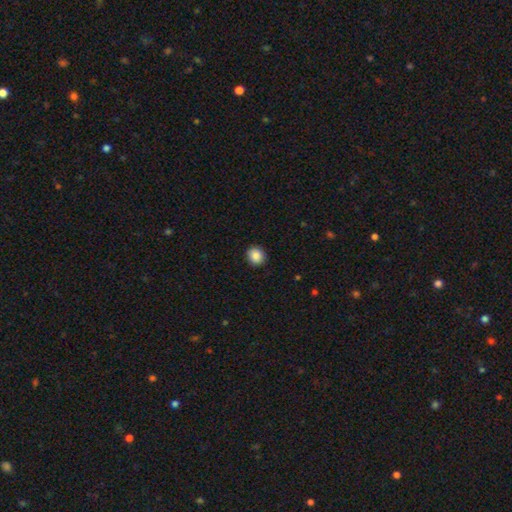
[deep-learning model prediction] Smooth or featured: smooth — 87% (star or artifact — 9%)
How rounded: round — 79% (in between — 20%)
Merging: none — 91% (minor disturbance — 7%)